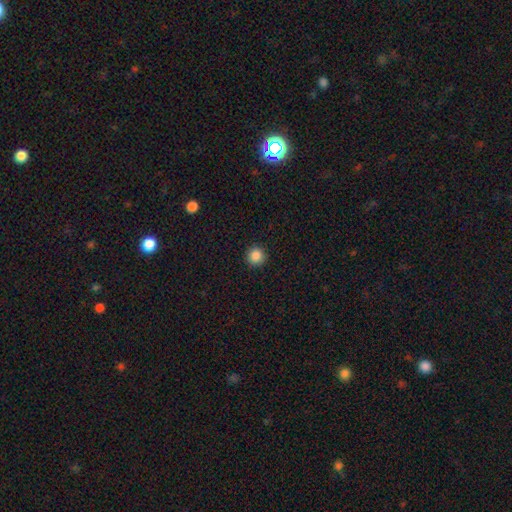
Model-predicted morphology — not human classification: This appears to be a smooth galaxy with no disk features (87%) that is round (94%). Merging: none (92%).